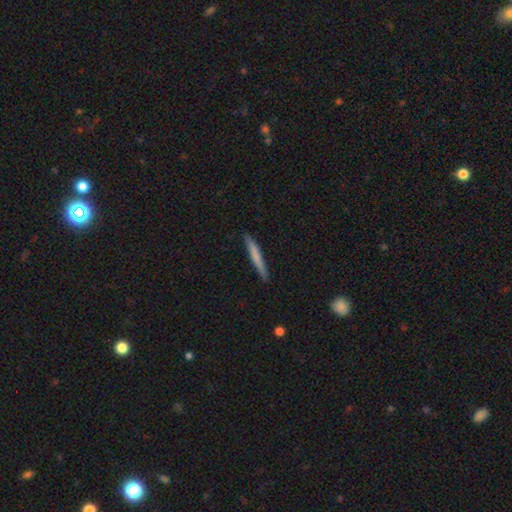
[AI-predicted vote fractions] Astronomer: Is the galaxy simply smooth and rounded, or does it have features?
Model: smooth — 68%.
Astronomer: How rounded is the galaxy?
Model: cigar-shaped — 96%.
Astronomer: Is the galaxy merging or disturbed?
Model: none — 89%.